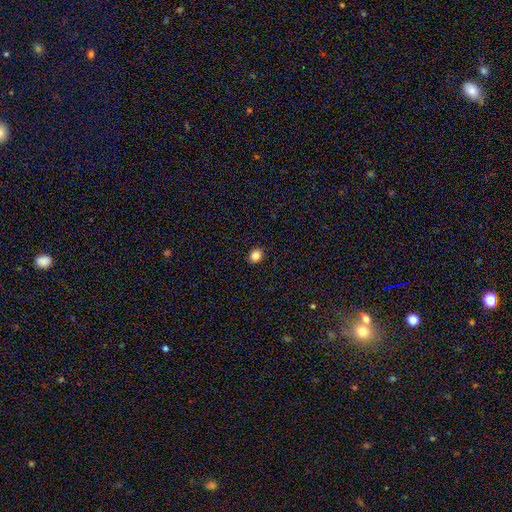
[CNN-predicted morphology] smooth-or-featured: smooth: 85% | star or artifact: 11% | featured or disk: 4%
  how-rounded: round: 56% | in between: 43% | cigar-shaped: 1%
  merging: none: 91% | minor disturbance: 7% | major disturbance: 2% | merger: 1%